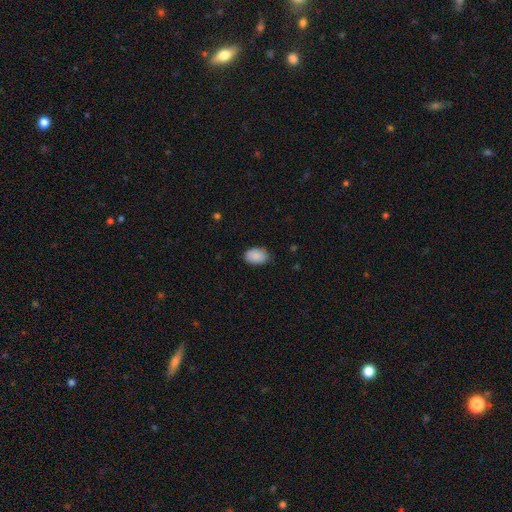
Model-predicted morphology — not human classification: This is clearly a smooth galaxy (89%). How rounded: clearly in between (85%). Merging: clearly none (84%).